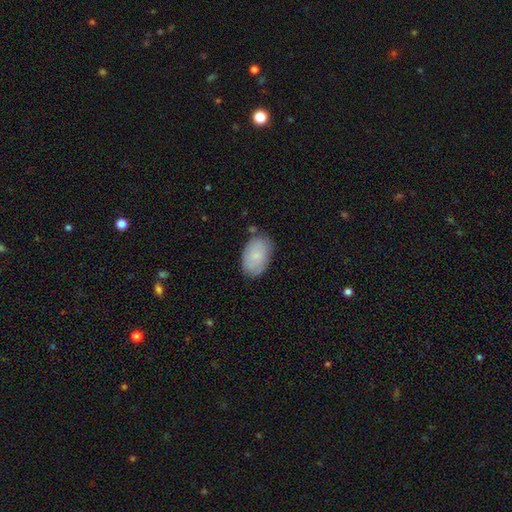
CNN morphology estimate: smooth-or-featured: smooth: 77% | featured or disk: 17% | star or artifact: 7%
  how-rounded: in between: 90% | round: 9% | cigar-shaped: 1%
  merging: none: 72% | minor disturbance: 20% | major disturbance: 4% | merger: 3%